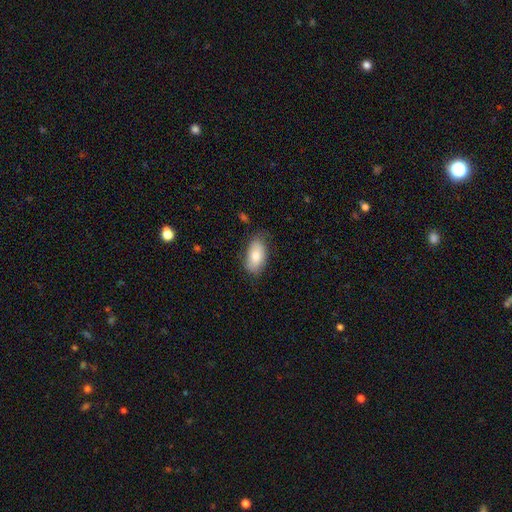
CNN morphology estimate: smooth-or-featured: smooth: 77% | featured or disk: 17% | star or artifact: 6%
  how-rounded: in between: 93% | round: 4% | cigar-shaped: 3%
  merging: none: 70% | minor disturbance: 23% | major disturbance: 5% | merger: 1%